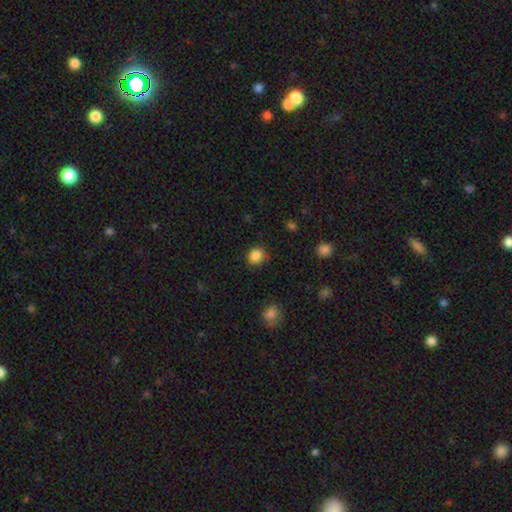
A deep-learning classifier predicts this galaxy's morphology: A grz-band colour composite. It shows a smooth galaxy with no disk features (86%) that is round (78%). Merging: none (84%).